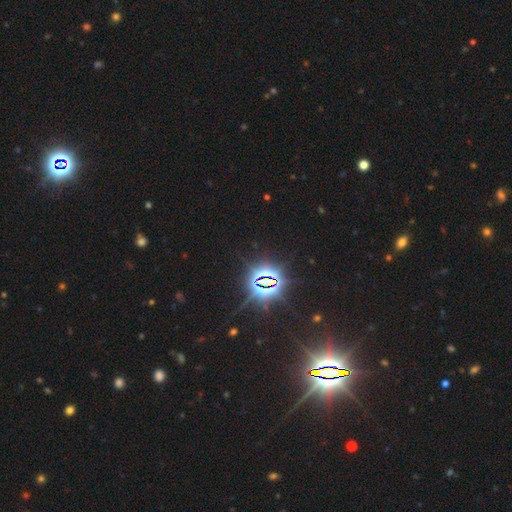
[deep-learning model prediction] This appears to be a star or artifact, not a galaxy (85%).